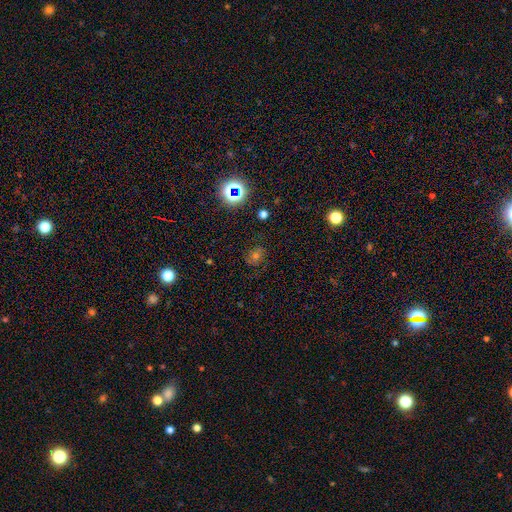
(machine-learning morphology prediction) Smooth or featured: smooth — 47% (star or artifact — 32%)
Merging: none — 76% (minor disturbance — 16%)